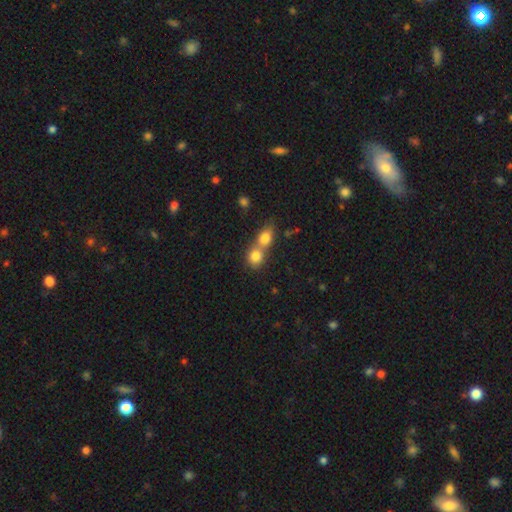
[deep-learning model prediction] This appears to be a smooth galaxy with no disk features (82%) that is round (71%). Merging: merger (63%).